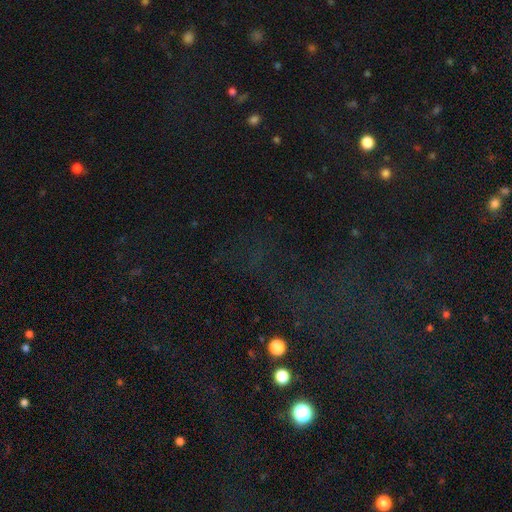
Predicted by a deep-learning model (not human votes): The model was most divided on "smooth or featured": star or artifact: 73%, smooth: 17%, featured or disk: 10%.